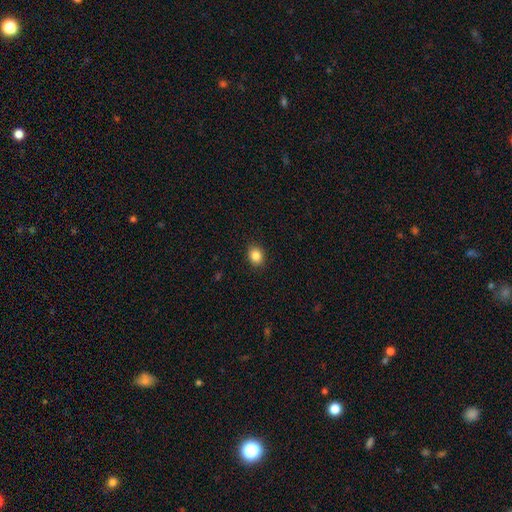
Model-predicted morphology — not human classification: A smooth galaxy with no disk features (85%) that is round (53%). Merging: none (90%).